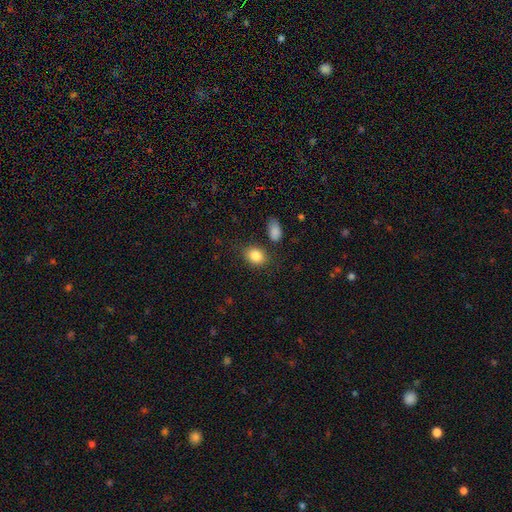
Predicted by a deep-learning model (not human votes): This appears to be a smooth galaxy with no disk features (85%) that is in between round and cigar-shaped (58%). Merging: none (78%).